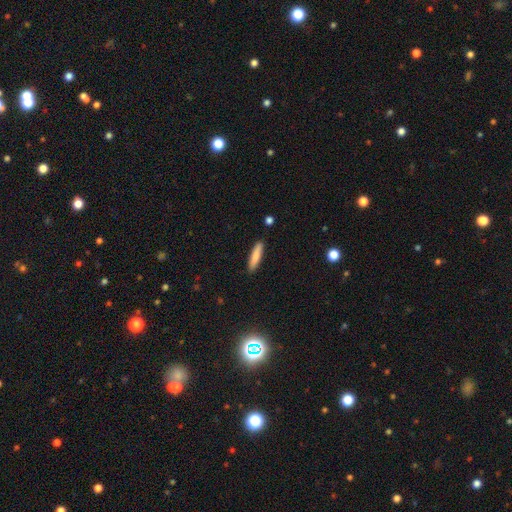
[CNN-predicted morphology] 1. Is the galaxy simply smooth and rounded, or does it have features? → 81% smooth, 13% featured or disk, 6% star or artifact.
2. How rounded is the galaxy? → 81% cigar-shaped, 17% in between, 1% round.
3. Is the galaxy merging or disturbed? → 88% none, 8% minor disturbance, 2% major disturbance, 1% merger.